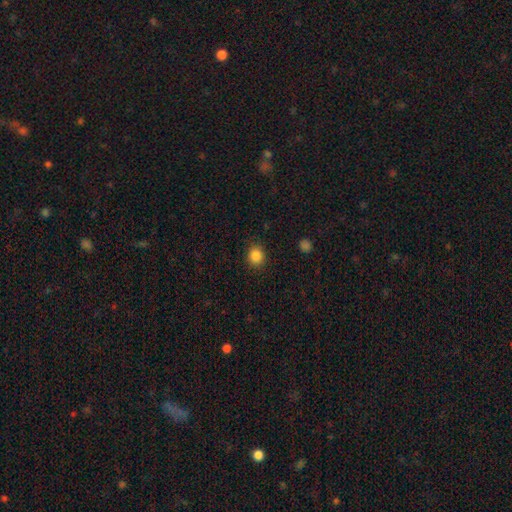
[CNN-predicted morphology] This appears to be a smooth galaxy with no disk features (85%) that is round (80%). Merging: none (88%).